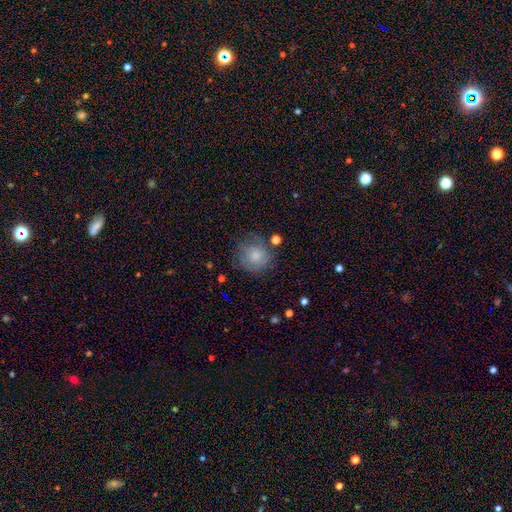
This is likely a smooth galaxy (75%). How rounded: clearly round (90%). Merging: possibly none (54%).